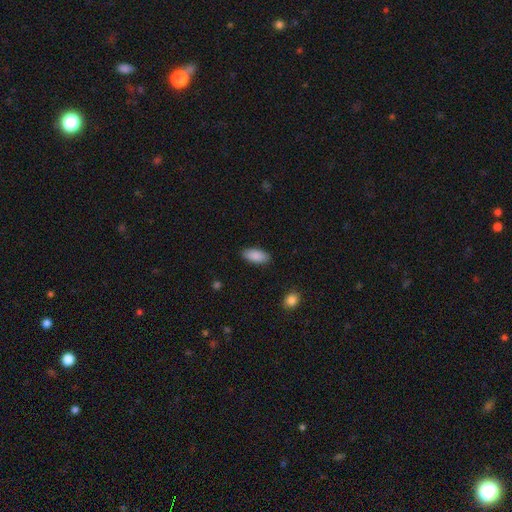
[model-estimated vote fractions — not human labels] Overall: smooth (90%). How rounded: in between (89%). Merging: none (88%).